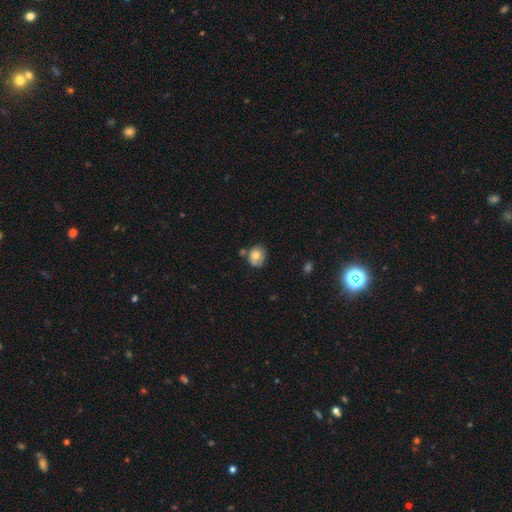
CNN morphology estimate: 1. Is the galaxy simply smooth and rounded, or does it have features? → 73% smooth, 19% featured or disk, 9% star or artifact.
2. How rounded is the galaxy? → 63% round, 36% in between, 1% cigar-shaped.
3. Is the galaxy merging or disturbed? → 50% none, 28% minor disturbance, 13% merger, 9% major disturbance.